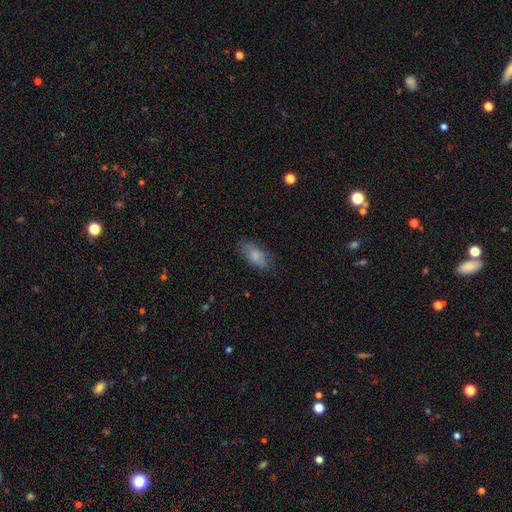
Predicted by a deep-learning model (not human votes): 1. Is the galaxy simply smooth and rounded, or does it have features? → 78% smooth, 14% featured or disk, 7% star or artifact.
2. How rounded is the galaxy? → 86% in between, 11% cigar-shaped, 3% round.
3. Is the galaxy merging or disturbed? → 74% none, 19% minor disturbance, 5% major disturbance, 1% merger.